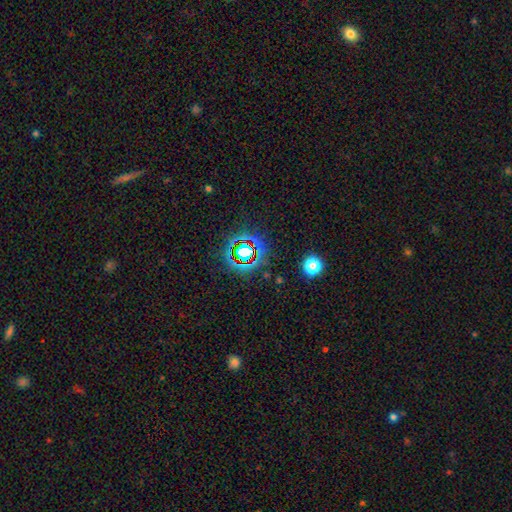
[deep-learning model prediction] Smooth or featured?
  - star or artifact: 73% *
  - smooth: 16%
  - featured or disk: 11%